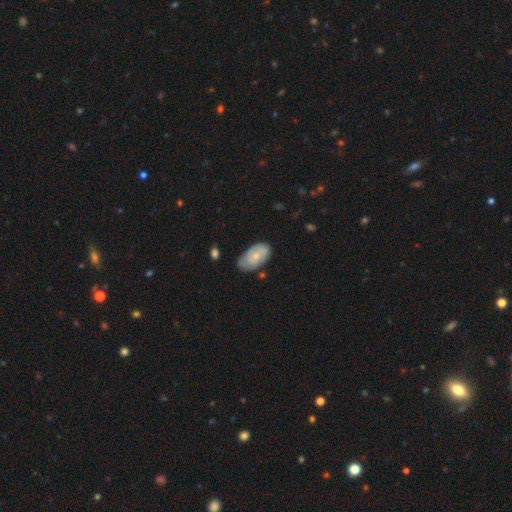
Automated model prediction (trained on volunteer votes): Smooth or featured: smooth — 57% (featured or disk — 37%)
How rounded: in between — 94% (round — 4%)
Merging: none — 65% (minor disturbance — 27%)